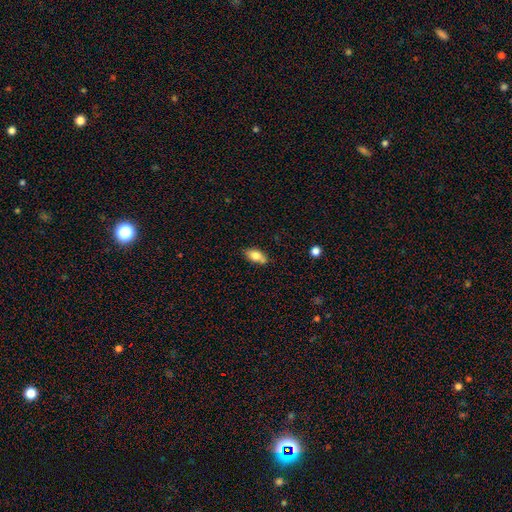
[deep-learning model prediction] Smooth or featured: smooth — 79% (featured or disk — 14%)
How rounded: in between — 88% (cigar-shaped — 8%)
Merging: none — 67% (minor disturbance — 20%)